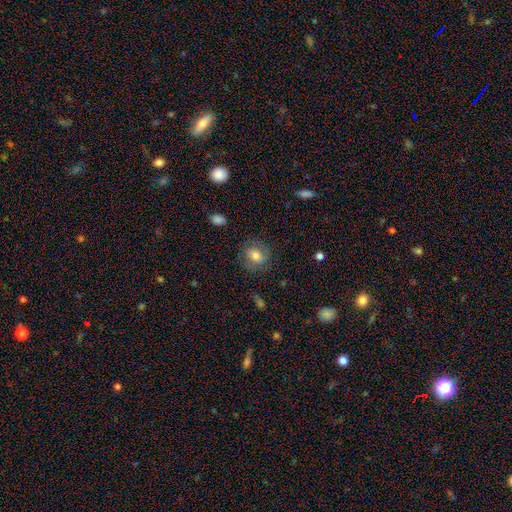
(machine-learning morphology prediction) Overall: smooth (68%). How rounded: round (69%; in between 30%). Merging: none (78%).